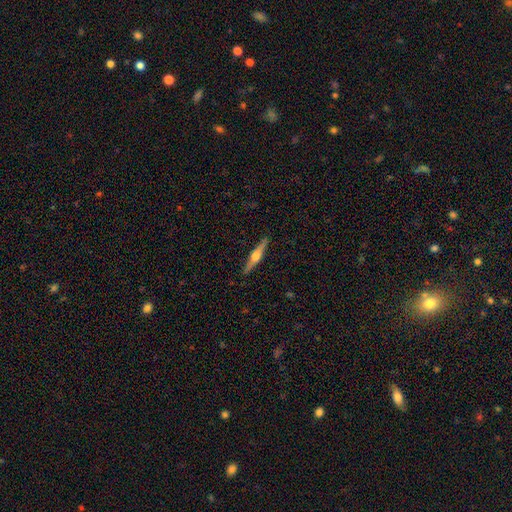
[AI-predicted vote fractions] A featured or disk galaxy (74%) viewed edge-on (98%) with a rounded central bulge (92%).

Vote fractions:
- Smooth or featured? featured or disk: 74% / smooth: 20% / star or artifact: 5%
- Edge-on disk? yes: 98% / no: 2%
- Edge-on bulge? rounded: 92% / boxy: 6% / none: 2%
- Merging? none: 91% / minor disturbance: 7% / major disturbance: 1% / merger: 1%